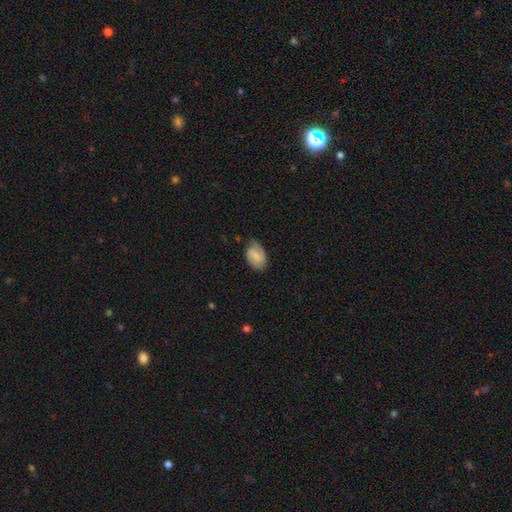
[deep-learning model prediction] Overall: smooth (54%; featured or disk 39%). How rounded: in between (87%). Merging: none (70%).